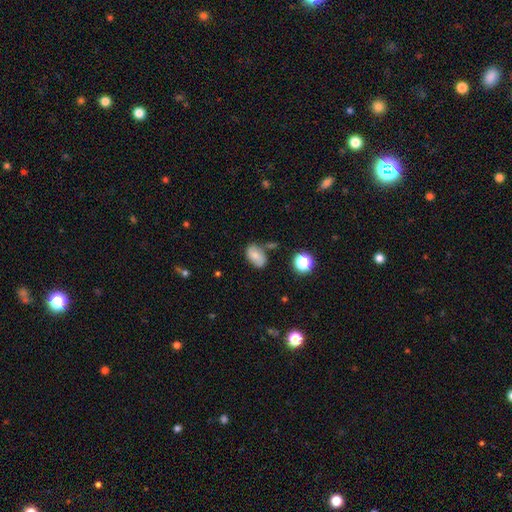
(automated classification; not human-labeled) The model was most divided on "smooth or featured": smooth: 60%, featured or disk: 29%, star or artifact: 11%. More confident: how rounded — in between (86%); merging — none (62%).